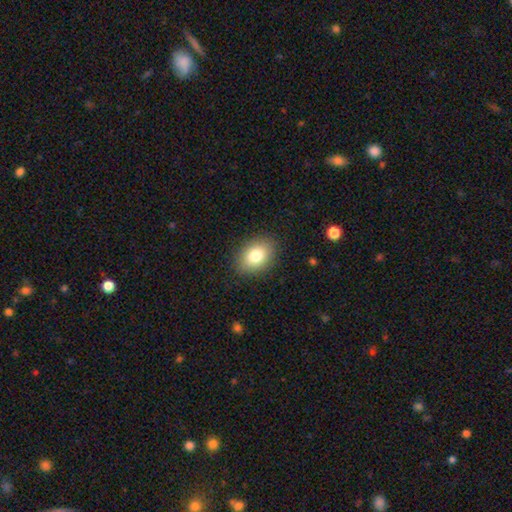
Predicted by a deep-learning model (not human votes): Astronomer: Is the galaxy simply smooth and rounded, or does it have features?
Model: smooth — 81%.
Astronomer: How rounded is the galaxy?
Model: in between — 76%.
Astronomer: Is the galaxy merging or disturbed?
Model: none — 88%.